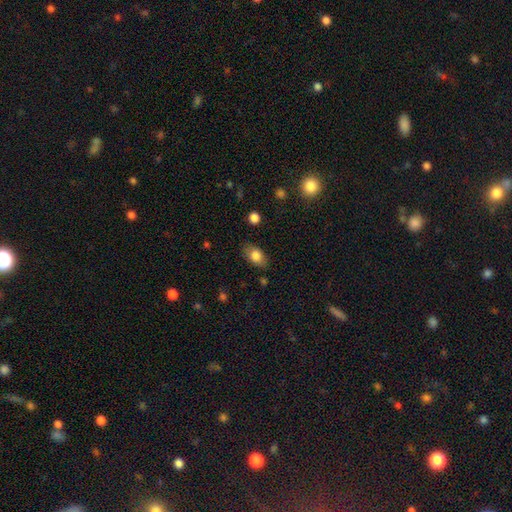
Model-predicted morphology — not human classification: The model was most divided on "merging": none: 81%, minor disturbance: 14%, major disturbance: 3%, merger: 1%. More confident: how rounded — in between (87%); smooth or featured — smooth (81%).